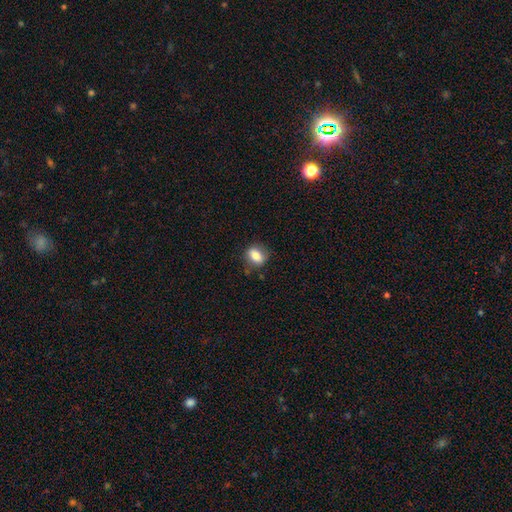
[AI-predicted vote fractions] The model was most divided on "how rounded": in between: 60%, round: 37%, cigar-shaped: 2%. More confident: smooth or featured — smooth (79%); merging — none (78%).